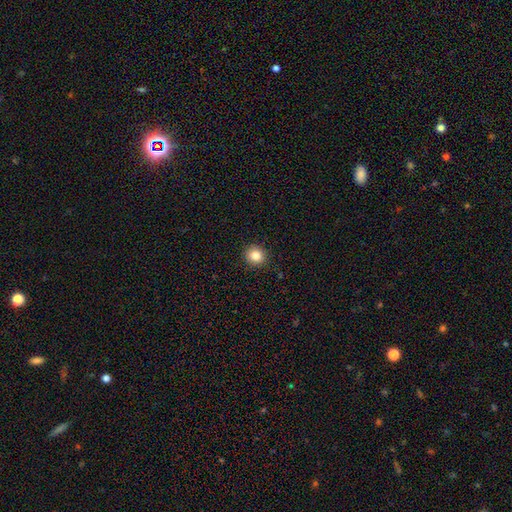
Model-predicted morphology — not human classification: A smooth galaxy with no disk features (83%) that is round (86%).

Vote fractions:
- Smooth or featured? smooth: 83% / star or artifact: 11% / featured or disk: 6%
- How rounded? round: 86% / in between: 13% / cigar-shaped: 1%
- Merging? none: 91% / minor disturbance: 6% / major disturbance: 2% / merger: 1%